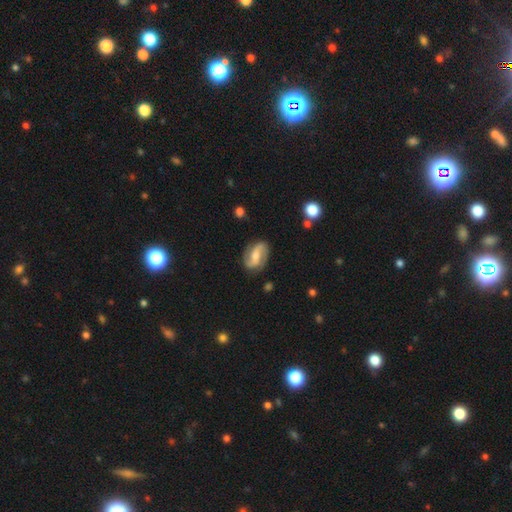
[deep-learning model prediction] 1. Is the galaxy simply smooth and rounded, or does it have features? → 80% featured or disk, 15% smooth, 6% star or artifact.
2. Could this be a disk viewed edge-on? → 97% no, 3% yes.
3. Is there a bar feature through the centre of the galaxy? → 41% weak, 35% no, 24% strong.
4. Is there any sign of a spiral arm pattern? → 95% yes, 5% no.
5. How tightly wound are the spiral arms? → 46% loose, 38% medium, 16% tight.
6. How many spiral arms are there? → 91% 2, 4% can't tell, 2% 1, 2% 3, 1% 4, 1% more than 4.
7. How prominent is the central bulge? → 49% moderate, 38% small, 6% none, 5% large, 1% dominant.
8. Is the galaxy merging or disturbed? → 81% none, 14% minor disturbance, 4% major disturbance, 2% merger.